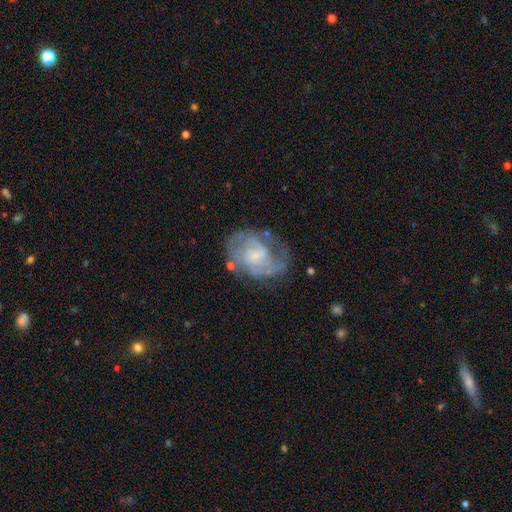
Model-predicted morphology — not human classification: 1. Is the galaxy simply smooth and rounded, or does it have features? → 81% featured or disk, 13% smooth, 6% star or artifact.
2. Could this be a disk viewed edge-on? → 98% no, 2% yes.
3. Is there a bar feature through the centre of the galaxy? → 50% no, 43% weak, 7% strong.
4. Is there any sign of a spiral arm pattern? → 89% yes, 11% no.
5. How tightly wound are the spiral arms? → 44% medium, 39% tight, 17% loose.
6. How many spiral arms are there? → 50% 2, 25% can't tell, 10% 3, 10% 1, 3% 4, 3% more than 4.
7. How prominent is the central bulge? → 62% small, 25% moderate, 10% none, 3% large, 1% dominant.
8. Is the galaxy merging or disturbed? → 56% none, 22% minor disturbance, 18% major disturbance, 4% merger.